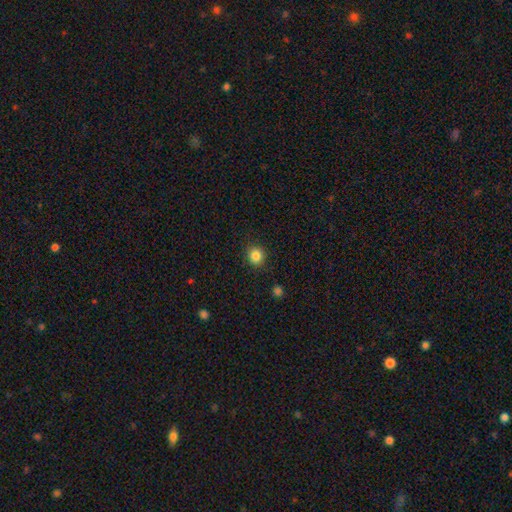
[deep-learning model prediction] Morphology: type=smooth (84%); roundness=round (87%); merging=none (90%).